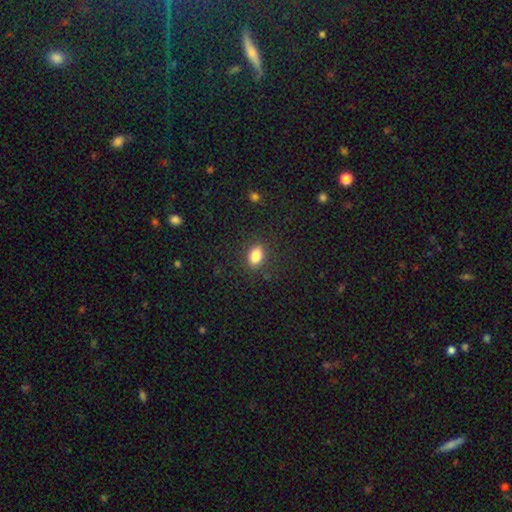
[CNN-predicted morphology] Q: Smooth or featured?
A: smooth (83%); runner-up: star or artifact (10%)
Q: How rounded?
A: in between (82%); runner-up: round (15%)
Q: Merging?
A: none (86%); runner-up: minor disturbance (10%)